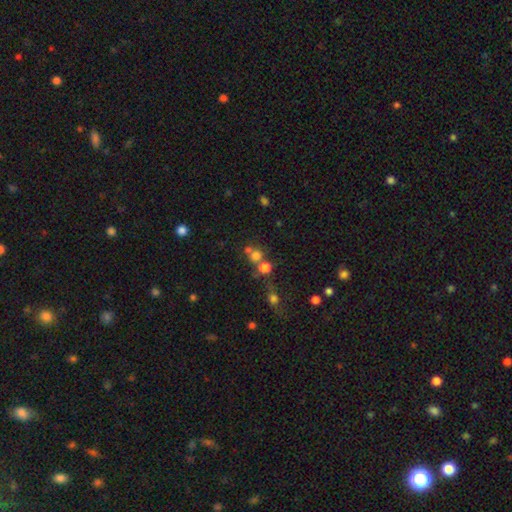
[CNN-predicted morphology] Smooth or featured: smooth — 68% (star or artifact — 20%)
How rounded: round — 80% (in between — 19%)
Merging: none — 46% (merger — 39%)